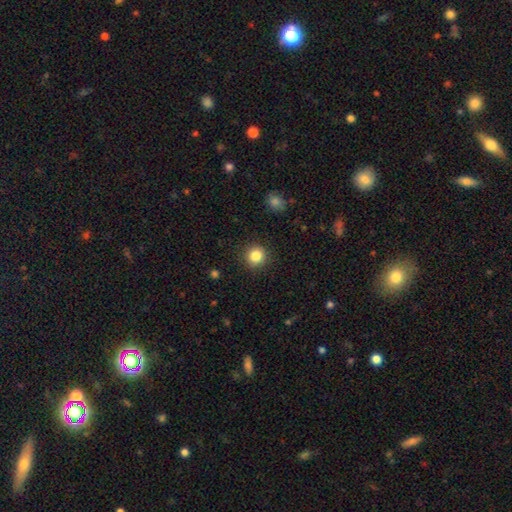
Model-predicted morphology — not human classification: type=smooth (84%); roundness=round (92%); merging=none (90%).